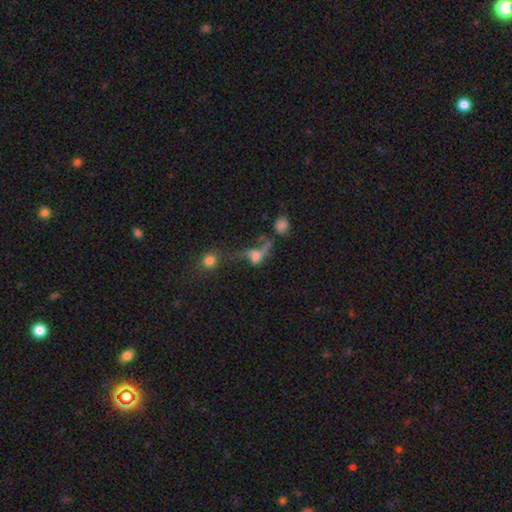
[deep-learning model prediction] A smooth galaxy with no disk features (41%). Merging: major disturbance (31%).